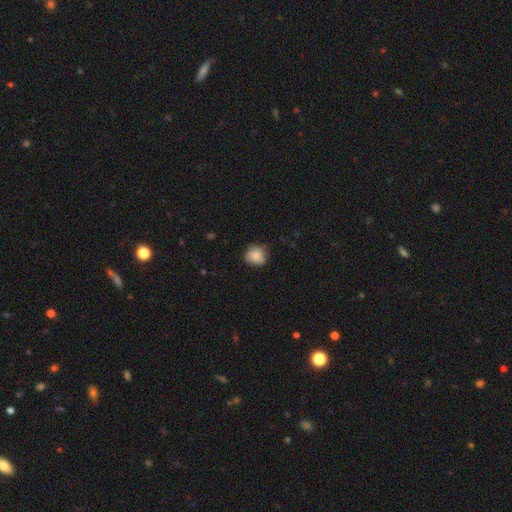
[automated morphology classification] Overall: smooth (80%). How rounded: round (81%). Merging: none (72%).